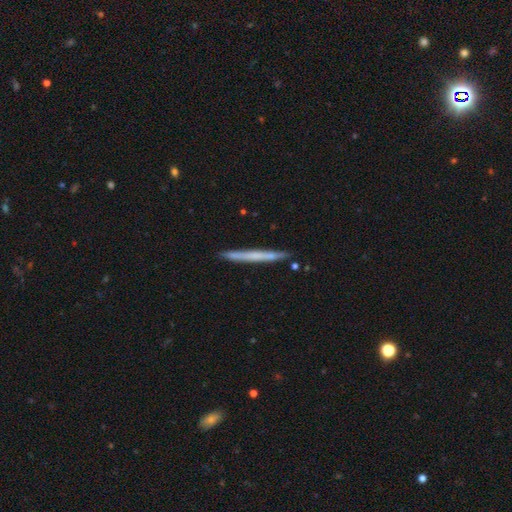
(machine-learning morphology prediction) Smooth or featured? Predicted: smooth (p=0.51). How rounded? Predicted: cigar-shaped (p=0.97). Merging? Predicted: none (p=0.88).